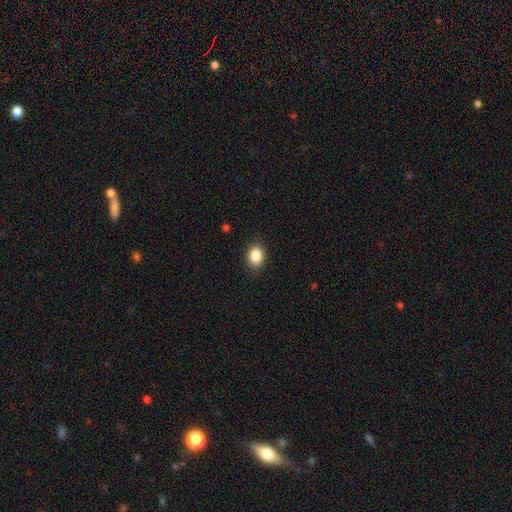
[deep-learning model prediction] smooth_or_featured: smooth (p=0.86) [alt: star or artifact p=0.09]
how_rounded: in between (p=0.62) [alt: round p=0.36]
merging: none (p=0.87) [alt: minor disturbance p=0.09]